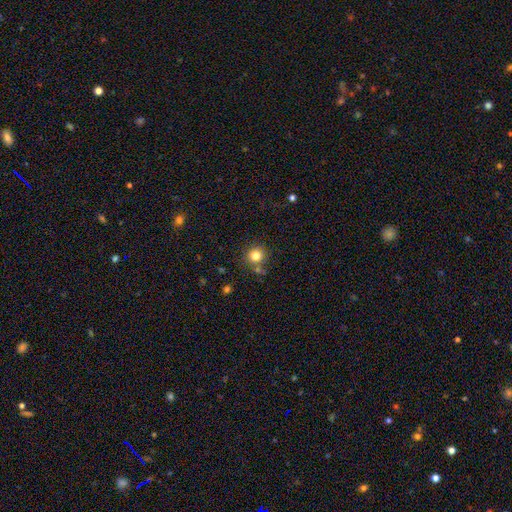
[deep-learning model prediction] Q: Smooth or featured?
A: smooth (81%); runner-up: star or artifact (12%)
Q: How rounded?
A: round (91%); runner-up: in between (8%)
Q: Merging?
A: none (76%); runner-up: merger (11%)